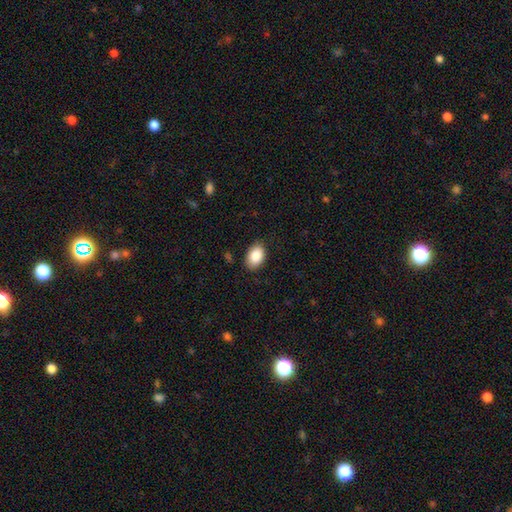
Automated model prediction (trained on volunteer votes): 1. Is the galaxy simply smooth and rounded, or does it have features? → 88% smooth, 7% star or artifact, 5% featured or disk.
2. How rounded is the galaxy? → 87% in between, 12% round, 1% cigar-shaped.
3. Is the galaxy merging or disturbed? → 85% none, 12% minor disturbance, 2% major disturbance, 1% merger.